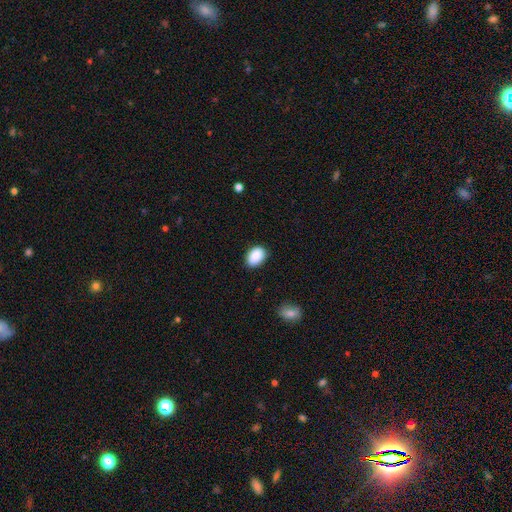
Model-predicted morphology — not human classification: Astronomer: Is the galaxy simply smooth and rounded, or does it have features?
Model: smooth — 89%.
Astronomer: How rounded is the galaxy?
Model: in between — 85%.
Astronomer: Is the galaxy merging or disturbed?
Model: none — 84%.